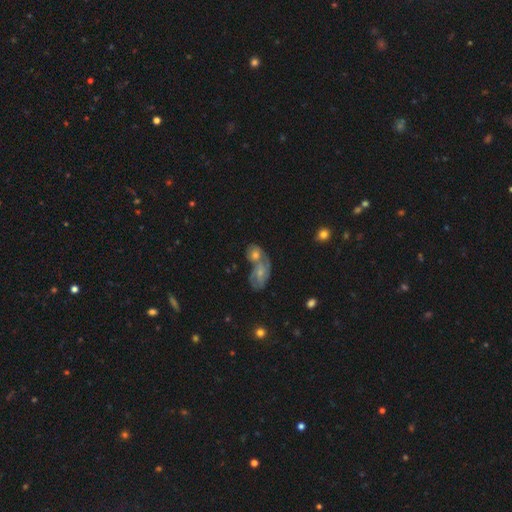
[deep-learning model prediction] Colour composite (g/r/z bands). It shows a featured or disk galaxy (53%). Merging: merger (52%).